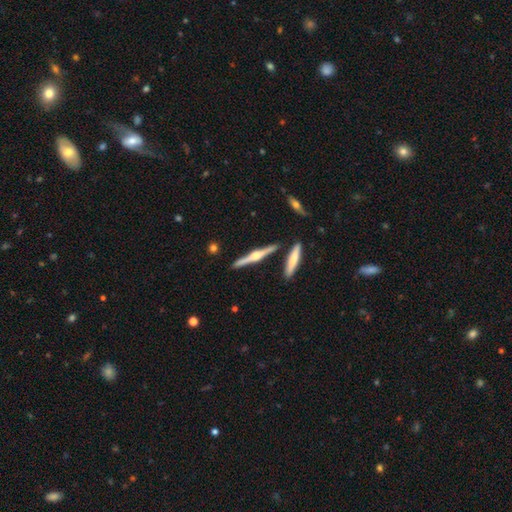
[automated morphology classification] This is likely a featured or disk galaxy (79%). It is clearly viewed edge-on (98%). Edge-on bulge: clearly rounded (88%). Merging: clearly none (86%).